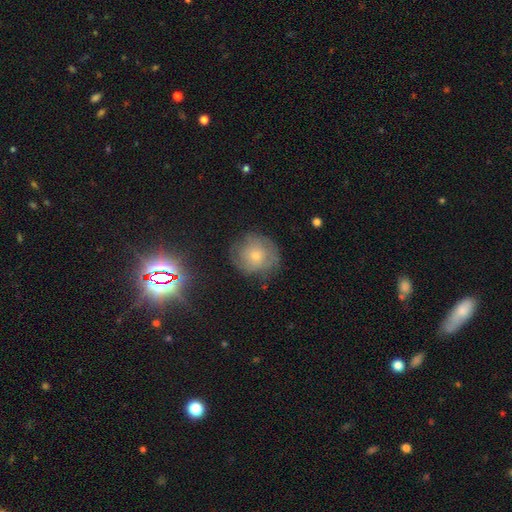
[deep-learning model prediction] Smooth or featured?
  - smooth: 52% *
  - featured or disk: 37%
  - star or artifact: 10%
How rounded?
  - round: 88% *
  - in between: 11%
  - cigar-shaped: 1%
Merging?
  - none: 69% *
  - minor disturbance: 21%
  - major disturbance: 8%
  - merger: 2%